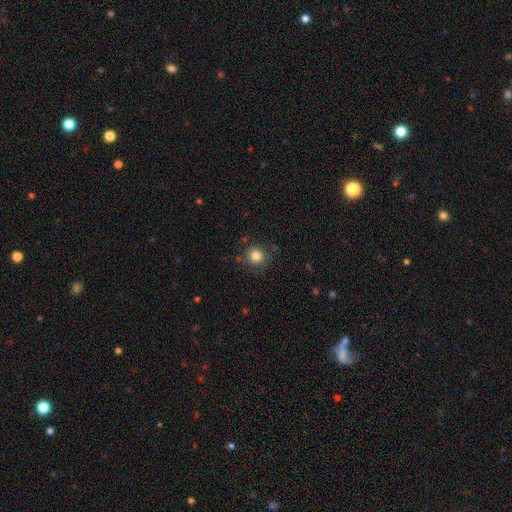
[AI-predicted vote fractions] smooth_or_featured: smooth (p=0.82) [alt: star or artifact p=0.11]
how_rounded: round (p=0.93) [alt: in between p=0.06]
merging: none (p=0.83) [alt: minor disturbance p=0.11]